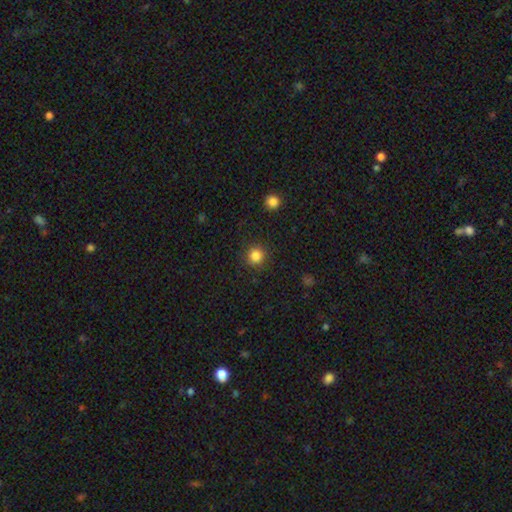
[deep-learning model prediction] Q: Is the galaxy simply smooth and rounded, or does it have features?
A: smooth — 84%.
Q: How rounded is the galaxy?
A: round — 93%.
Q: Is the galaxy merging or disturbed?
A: none — 90%.